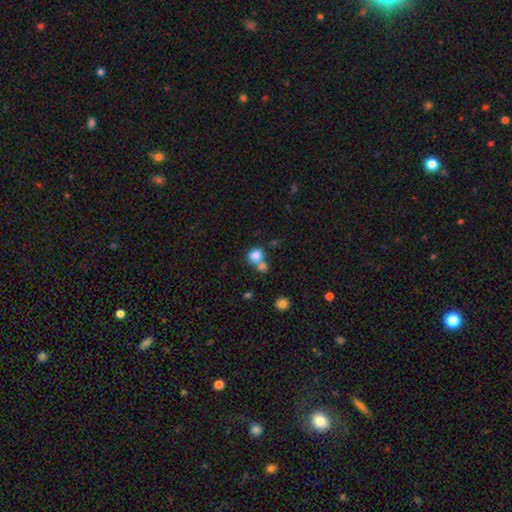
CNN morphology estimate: Overall: smooth (81%). How rounded: round (70%). Merging: merger (46%; none 41%).